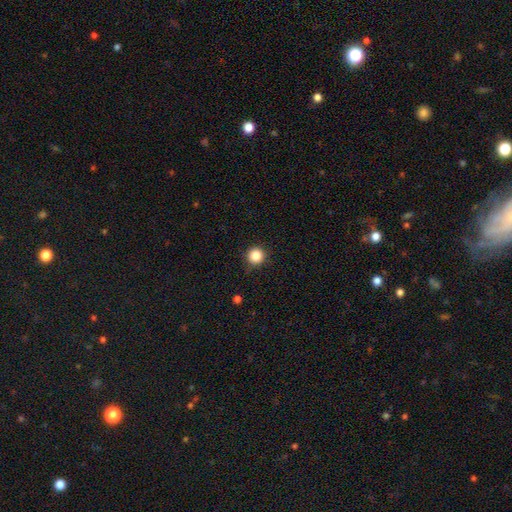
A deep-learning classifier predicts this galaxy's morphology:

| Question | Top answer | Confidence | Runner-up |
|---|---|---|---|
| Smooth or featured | smooth | 85% | star or artifact (11%) |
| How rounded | round | 95% | in between (4%) |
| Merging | none | 88% | minor disturbance (8%) |